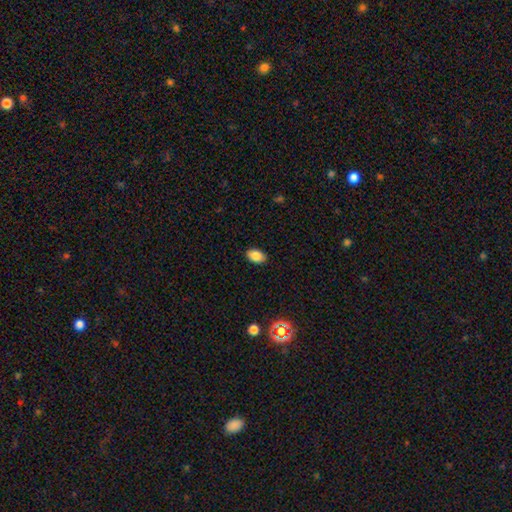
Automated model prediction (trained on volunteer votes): Overall: smooth (85%). How rounded: in between (85%). Merging: none (89%).